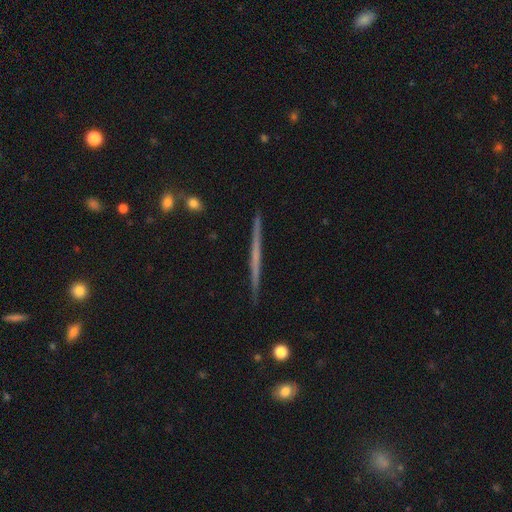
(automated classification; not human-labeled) Q: Smooth or featured?
A: featured or disk (64%); runner-up: smooth (29%)
Q: Edge-on disk?
A: yes (98%); runner-up: no (2%)
Q: Edge-on bulge?
A: none (84%); runner-up: rounded (11%)
Q: Merging?
A: none (92%); runner-up: minor disturbance (5%)